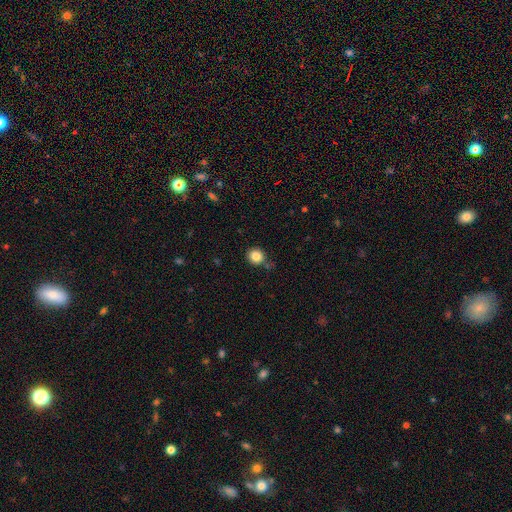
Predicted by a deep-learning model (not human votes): smooth-or-featured: smooth: 85% | star or artifact: 11% | featured or disk: 5%
  how-rounded: round: 89% | in between: 10% | cigar-shaped: 1%
  merging: none: 81% | minor disturbance: 12% | merger: 4% | major disturbance: 3%